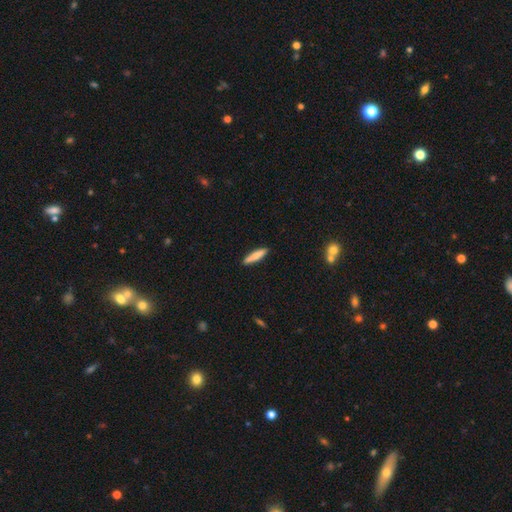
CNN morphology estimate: The model was most divided on "smooth or featured": smooth: 72%, featured or disk: 22%, star or artifact: 6%. More confident: merging — none (90%); how rounded — cigar-shaped (85%).